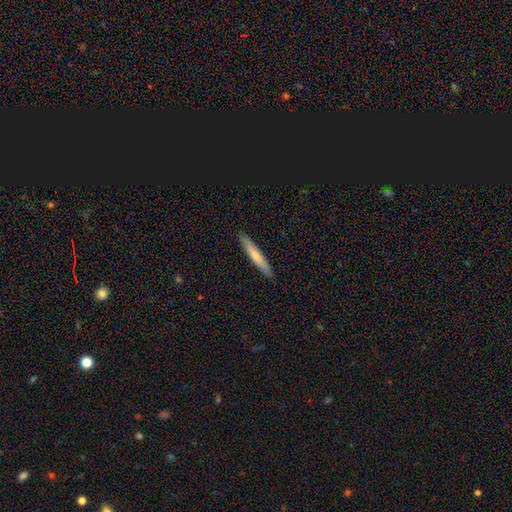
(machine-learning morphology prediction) Smooth or featured?
  - smooth: 67% *
  - featured or disk: 28%
  - star or artifact: 5%
How rounded?
  - cigar-shaped: 94% *
  - in between: 5%
  - round: 1%
Merging?
  - none: 91% *
  - minor disturbance: 6%
  - major disturbance: 1%
  - merger: 1%